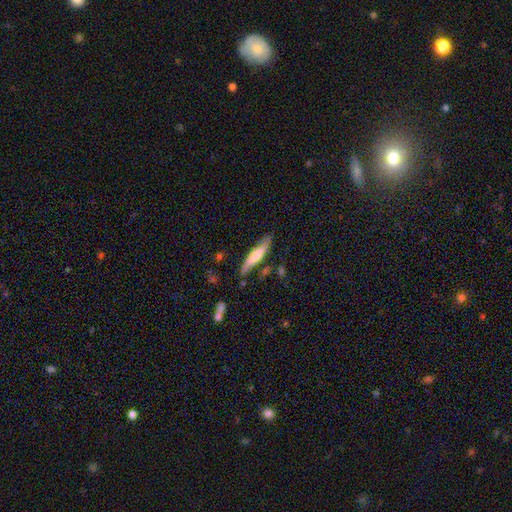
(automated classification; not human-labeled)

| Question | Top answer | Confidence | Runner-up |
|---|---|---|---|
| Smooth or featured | smooth | 56% | featured or disk (39%) |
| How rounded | cigar-shaped | 84% | in between (14%) |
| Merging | none | 74% | minor disturbance (18%) |